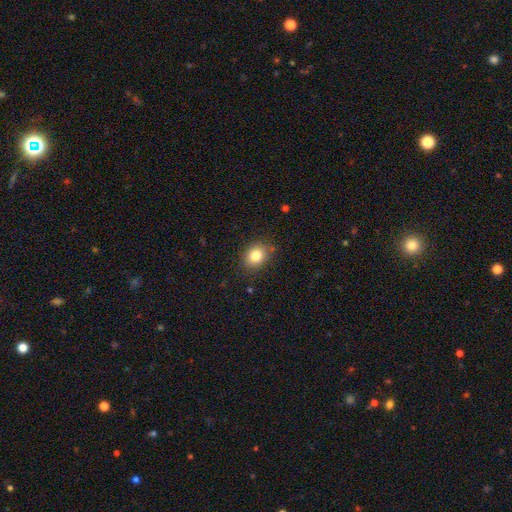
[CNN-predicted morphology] smooth 82%, star or artifact 10%, featured or disk 8%. Down the decision tree: how rounded — in between (52%); merging — none (83%).